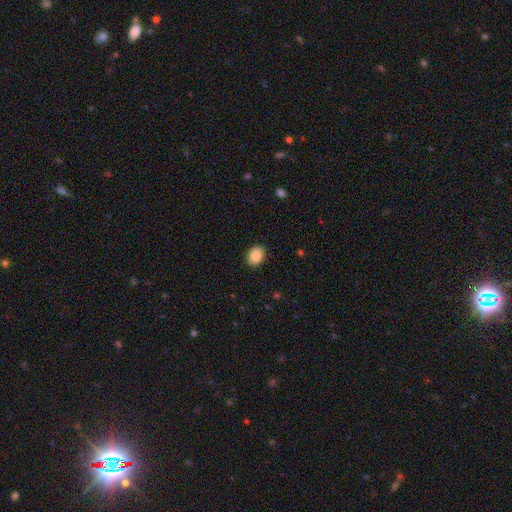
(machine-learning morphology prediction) This is clearly a smooth galaxy (89%). How rounded: likely in between (66%). Merging: clearly none (90%).